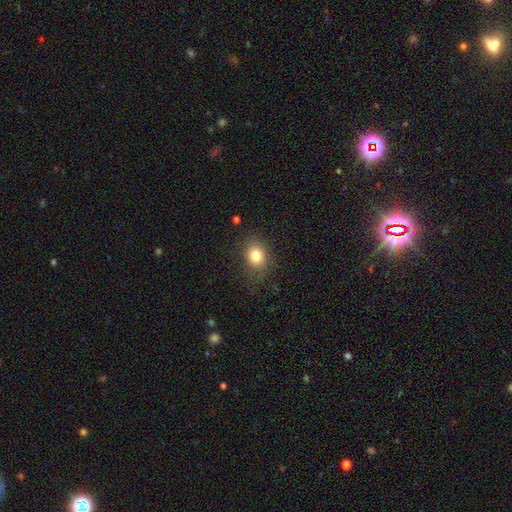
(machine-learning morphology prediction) smooth-or-featured: smooth: 79% | star or artifact: 12% | featured or disk: 9%
  how-rounded: round: 55% | in between: 45% | cigar-shaped: 1%
  merging: none: 78% | minor disturbance: 16% | major disturbance: 5% | merger: 1%